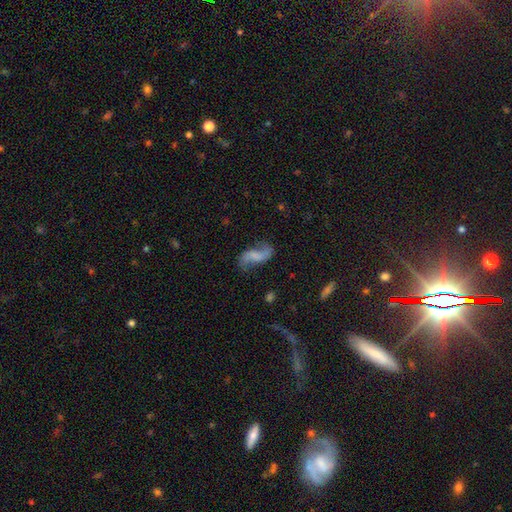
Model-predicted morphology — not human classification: Smooth or featured? Predicted: featured or disk (p=0.72). Edge-on disk? Predicted: no (p=0.96). Bar? Predicted: no (p=0.46). Spiral arms? Predicted: yes (p=0.92). Spiral winding? Predicted: loose (p=0.84). Spiral arm count? Predicted: 2 (p=0.91). Bulge size? Predicted: none (p=0.64). Merging? Predicted: none (p=0.68).